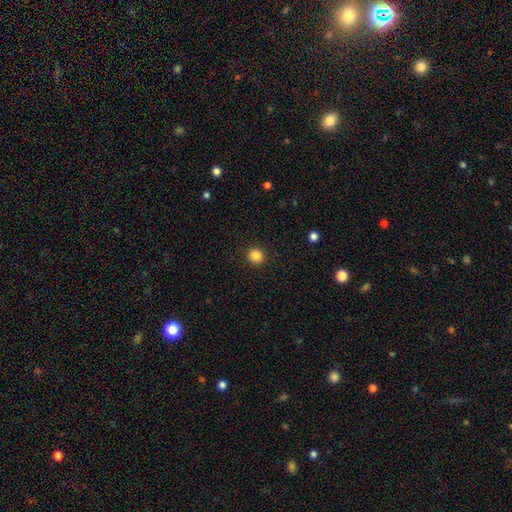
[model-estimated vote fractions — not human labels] smooth_or_featured: smooth (p=0.85) [alt: star or artifact p=0.11]
how_rounded: round (p=0.92) [alt: in between p=0.07]
merging: none (p=0.92) [alt: minor disturbance p=0.05]